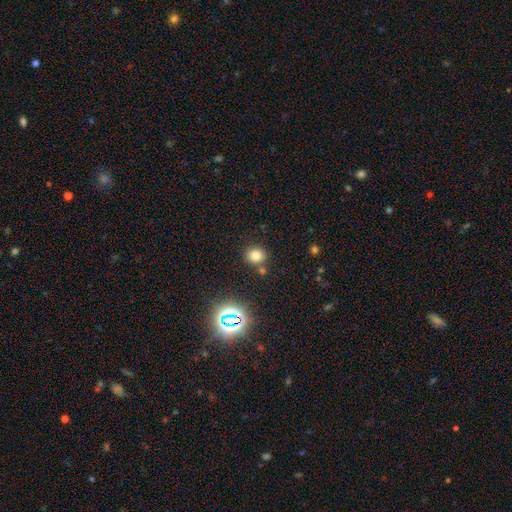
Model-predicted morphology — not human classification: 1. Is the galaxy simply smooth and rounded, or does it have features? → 73% smooth, 19% star or artifact, 8% featured or disk.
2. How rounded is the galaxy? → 78% round, 21% in between, 1% cigar-shaped.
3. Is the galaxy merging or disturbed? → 78% none, 10% merger, 9% minor disturbance, 3% major disturbance.